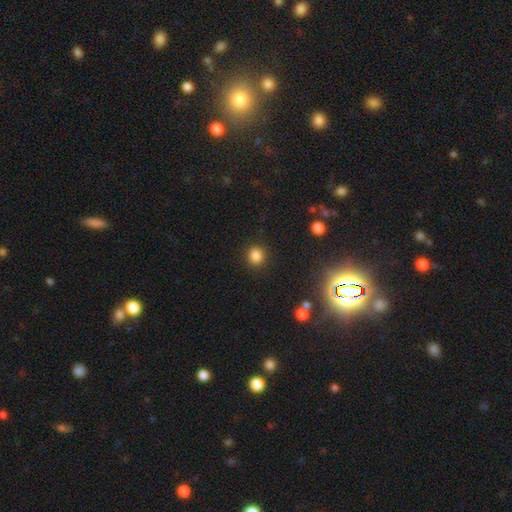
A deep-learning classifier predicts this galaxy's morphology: Smooth or featured?
  - smooth: 84% *
  - star or artifact: 12%
  - featured or disk: 4%
How rounded?
  - round: 87% *
  - in between: 12%
  - cigar-shaped: 1%
Merging?
  - none: 89% *
  - minor disturbance: 6%
  - major disturbance: 3%
  - merger: 1%